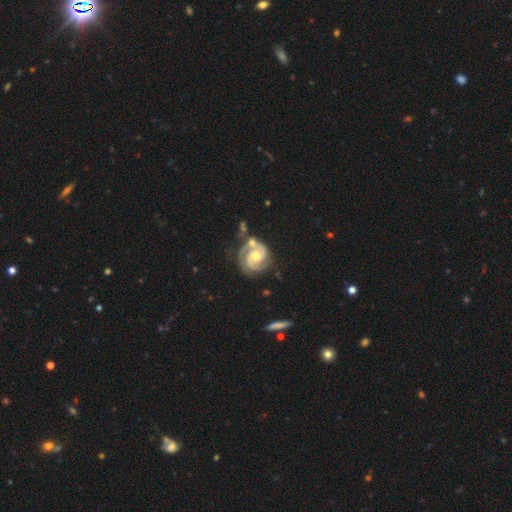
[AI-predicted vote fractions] Morphology: type=featured or disk (91%); edge-on=no (98%); bar=no (62%); spiral arms=yes (98%); winding=tight (63%); arm count=2 (80%); bulge=moderate (61%); merging=none (56%).